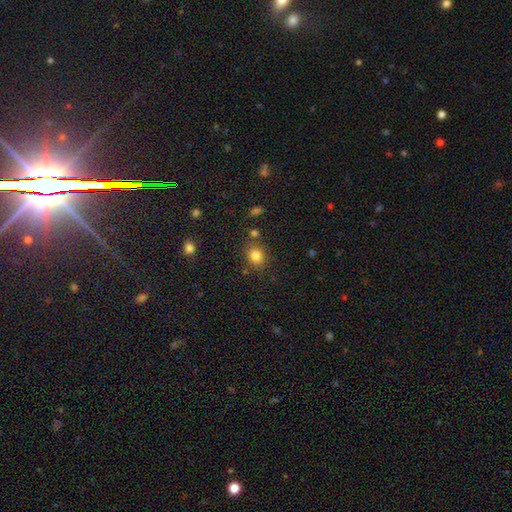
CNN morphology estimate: type=smooth (83%); roundness=round (66%); merging=none (78%).